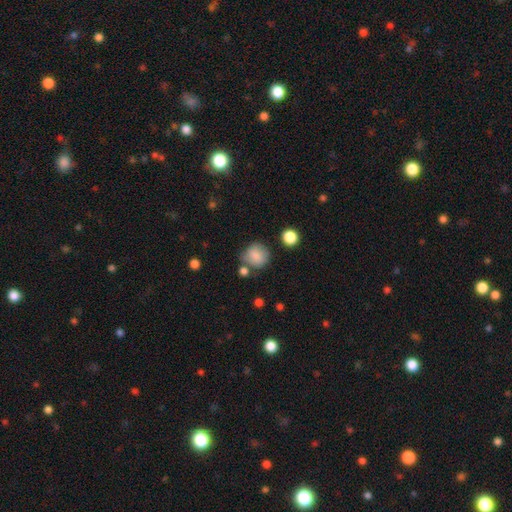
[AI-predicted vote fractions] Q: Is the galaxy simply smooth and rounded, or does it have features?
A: smooth — 82%.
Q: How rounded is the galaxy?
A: round — 86%.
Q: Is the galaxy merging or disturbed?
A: none — 67%.